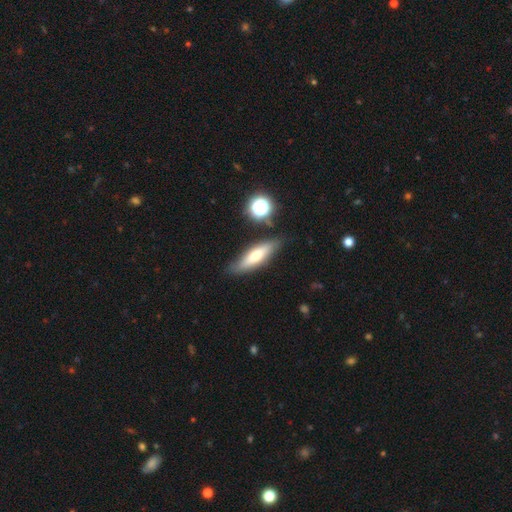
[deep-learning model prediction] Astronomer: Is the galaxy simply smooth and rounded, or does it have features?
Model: smooth — 59%.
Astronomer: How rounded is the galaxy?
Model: cigar-shaped — 59% (runner-up: in between, 38%).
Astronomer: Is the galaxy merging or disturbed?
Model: none — 79%.